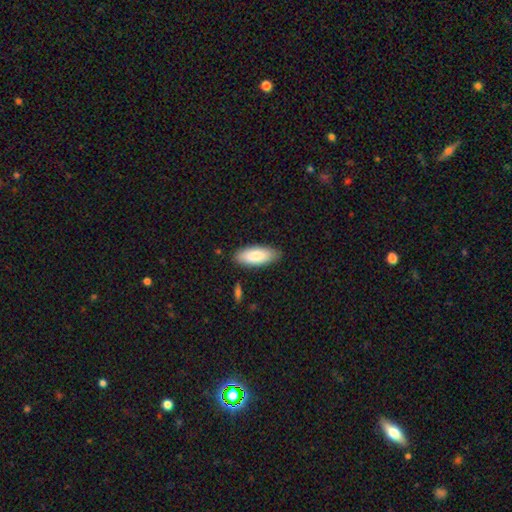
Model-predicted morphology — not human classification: A smooth galaxy with no disk features (82%) that is in between round and cigar-shaped (79%). Merging: none (85%).